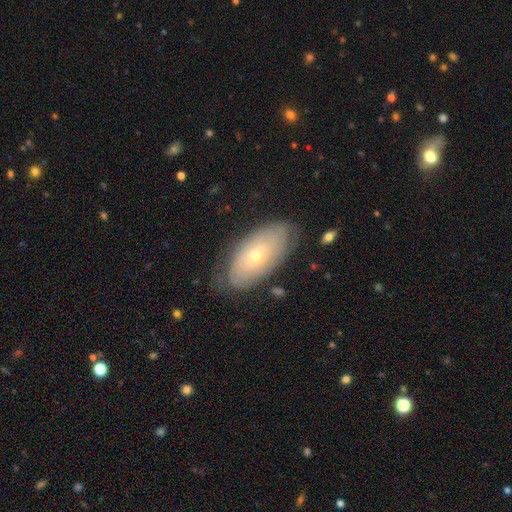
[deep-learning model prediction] smooth 47%, featured or disk 45%, star or artifact 8%. Down the decision tree: merging — none (72%).